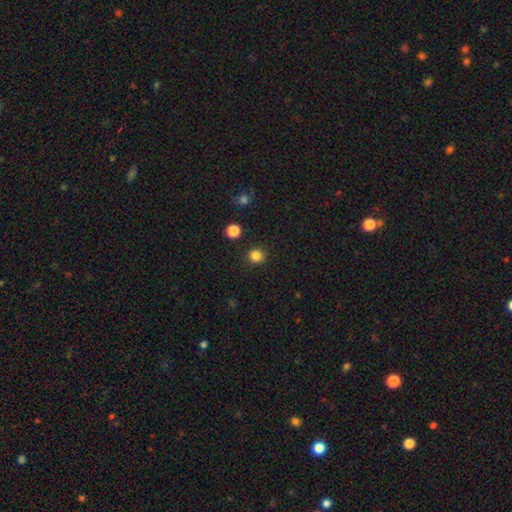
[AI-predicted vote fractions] Q: Smooth or featured?
A: smooth (84%); runner-up: star or artifact (13%)
Q: How rounded?
A: round (92%); runner-up: in between (7%)
Q: Merging?
A: none (90%); runner-up: minor disturbance (6%)